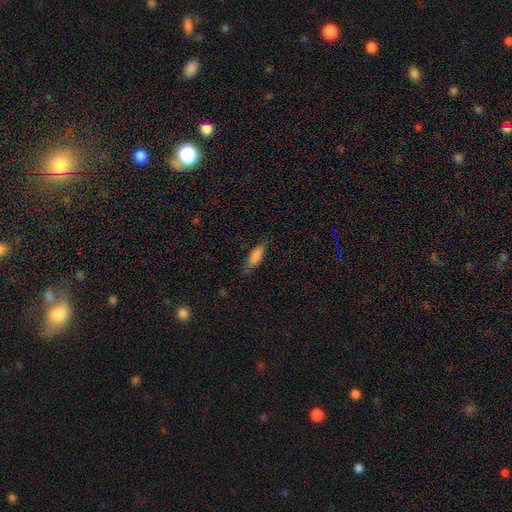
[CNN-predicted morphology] Smooth or featured? smooth (82%)
How rounded? in between (65%)
Merging? none (69%)